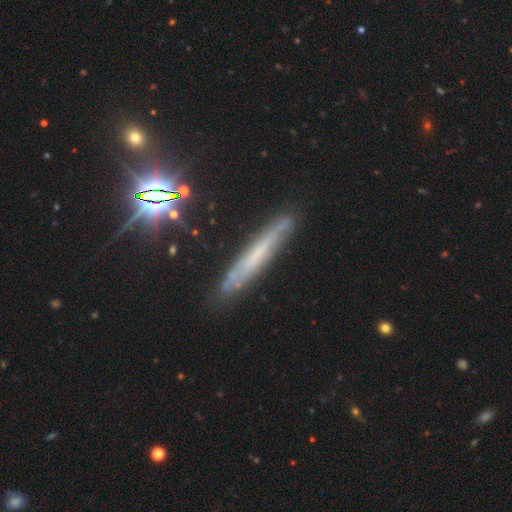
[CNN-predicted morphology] A featured or disk galaxy (53%) viewed edge-on (83%).

Vote fractions:
- Smooth or featured? featured or disk: 53% / smooth: 32% / star or artifact: 15%
- Edge-on disk? yes: 83% / no: 17%
- Merging? none: 81% / minor disturbance: 15% / major disturbance: 3% / merger: 2%